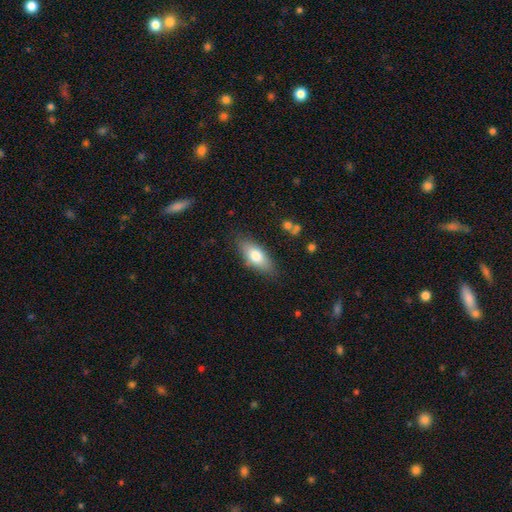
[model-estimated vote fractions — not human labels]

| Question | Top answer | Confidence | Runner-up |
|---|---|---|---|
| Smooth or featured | smooth | 73% | featured or disk (20%) |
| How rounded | in between | 77% | cigar-shaped (20%) |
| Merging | none | 81% | minor disturbance (14%) |